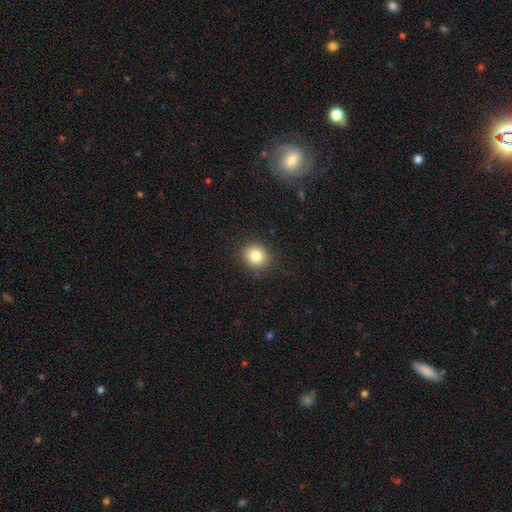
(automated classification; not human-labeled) smooth 83%, star or artifact 11%, featured or disk 7%. Down the decision tree: how rounded — round (83%); merging — none (88%).